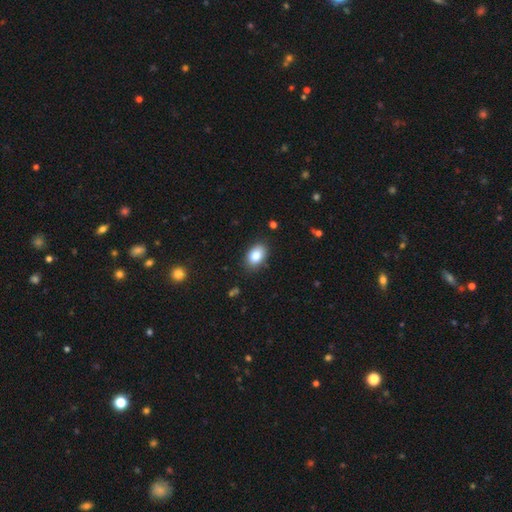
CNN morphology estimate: Q: Smooth or featured?
A: smooth (84%); runner-up: star or artifact (8%)
Q: How rounded?
A: in between (86%); runner-up: round (12%)
Q: Merging?
A: none (85%); runner-up: minor disturbance (11%)